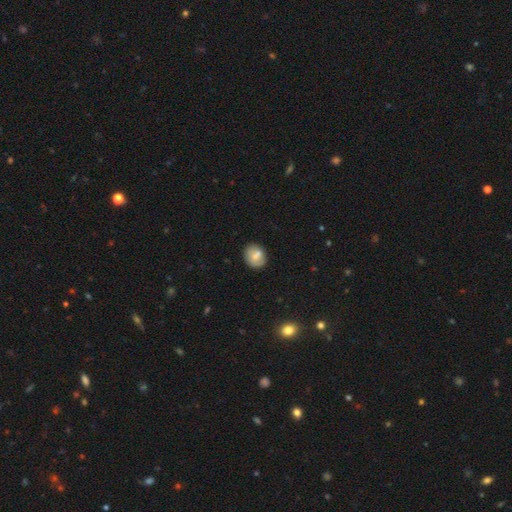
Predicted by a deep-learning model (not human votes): Smooth or featured?
  - smooth: 66% *
  - featured or disk: 26%
  - star or artifact: 8%
How rounded?
  - round: 60% *
  - in between: 38%
  - cigar-shaped: 1%
Merging?
  - none: 73% *
  - minor disturbance: 17%
  - merger: 6%
  - major disturbance: 4%